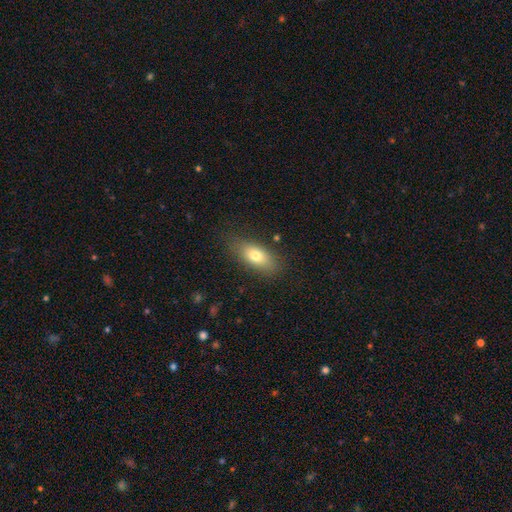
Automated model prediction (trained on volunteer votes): Smooth or featured?
  - smooth: 73% *
  - featured or disk: 18%
  - star or artifact: 9%
How rounded?
  - in between: 81% *
  - cigar-shaped: 12%
  - round: 7%
Merging?
  - none: 78% *
  - minor disturbance: 16%
  - major disturbance: 5%
  - merger: 2%